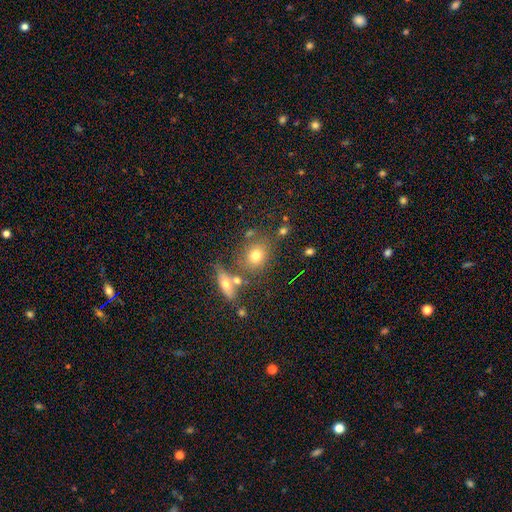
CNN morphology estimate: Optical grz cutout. It shows a smooth galaxy with no disk features (71%) that is round (62%). Merging: none (65%).